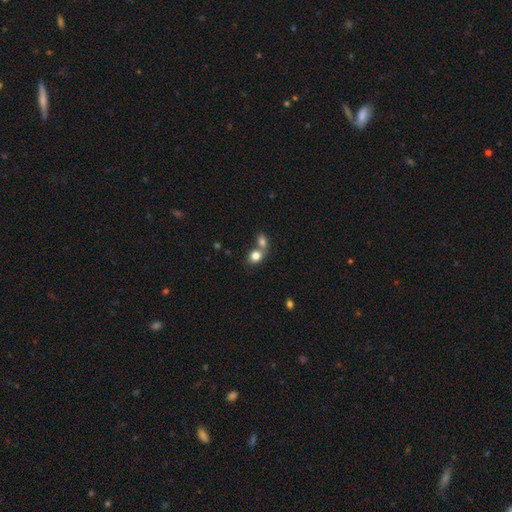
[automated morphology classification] Smooth or featured? Predicted: smooth (p=0.82). How rounded? Predicted: in between (p=0.50). Merging? Predicted: merger (p=0.54).